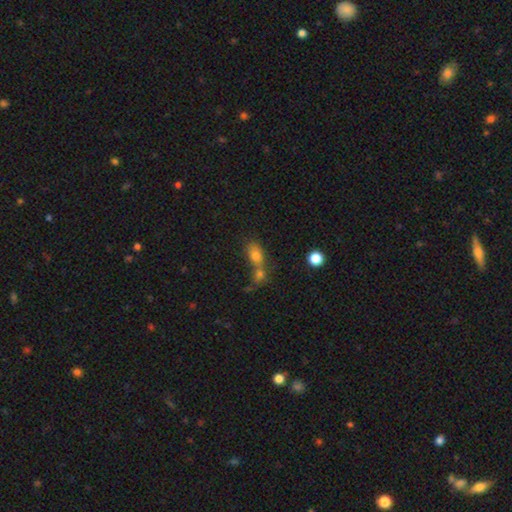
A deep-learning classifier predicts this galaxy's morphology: This is likely a smooth galaxy (75%). How rounded: likely in between (72%). Merging: possibly merger (60%).